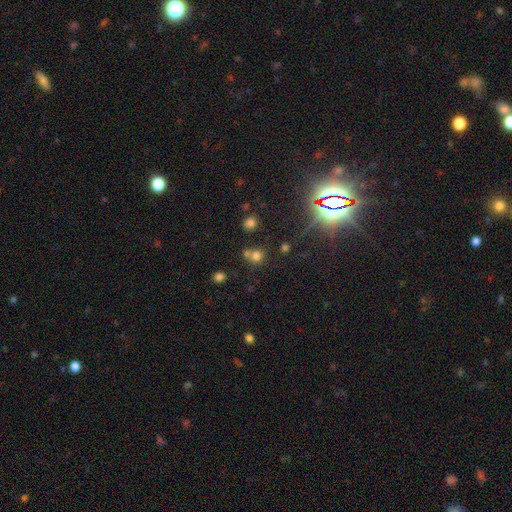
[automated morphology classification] Smooth or featured? Predicted: smooth (p=0.66). How rounded? Predicted: round (p=0.86). Merging? Predicted: none (p=0.56).